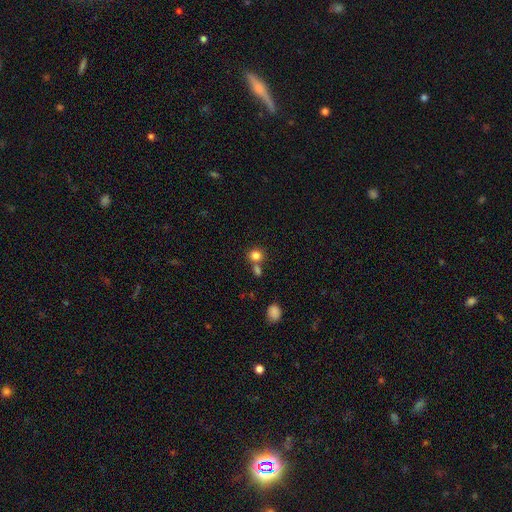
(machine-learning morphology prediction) smooth_or_featured: smooth (p=0.82) [alt: star or artifact p=0.11]
how_rounded: round (p=0.83) [alt: in between p=0.16]
merging: none (p=0.60) [alt: merger p=0.28]